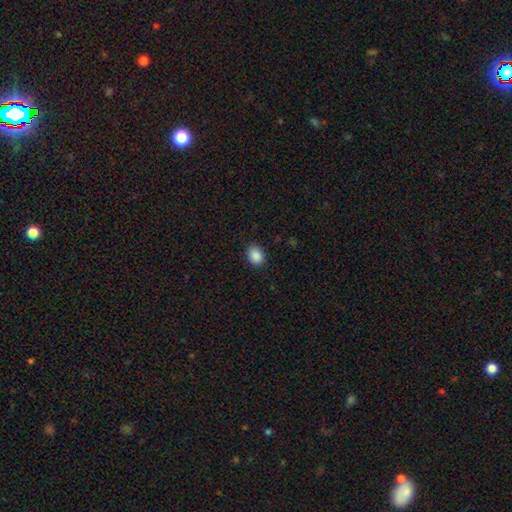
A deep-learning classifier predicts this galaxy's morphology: This is clearly a smooth galaxy (88%). How rounded: likely in between (62%). Merging: clearly none (88%).